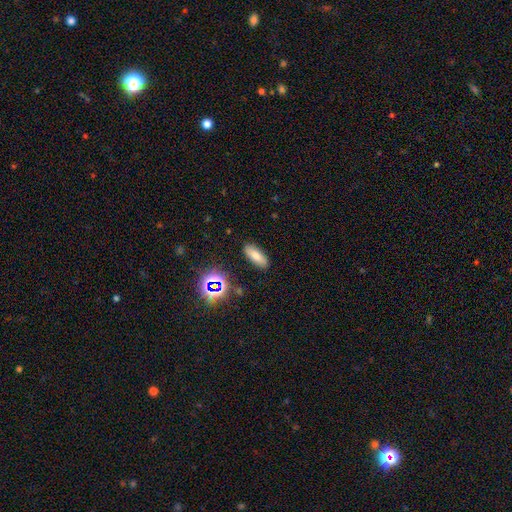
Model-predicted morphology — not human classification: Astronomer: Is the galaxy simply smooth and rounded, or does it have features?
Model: smooth — 68%.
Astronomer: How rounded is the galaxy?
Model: in between — 69%.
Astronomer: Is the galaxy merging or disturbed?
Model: none — 88%.